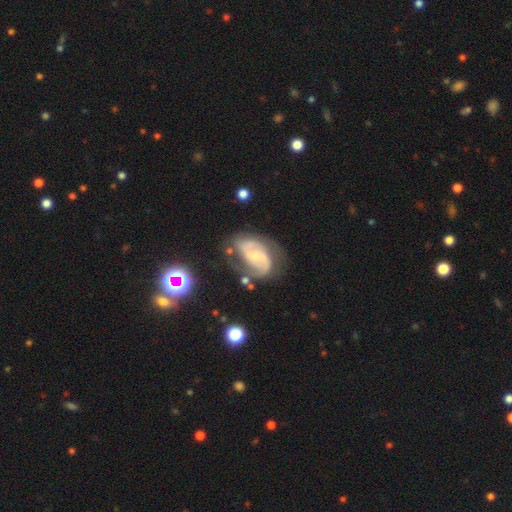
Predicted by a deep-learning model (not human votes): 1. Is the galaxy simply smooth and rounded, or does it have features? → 83% featured or disk, 10% smooth, 7% star or artifact.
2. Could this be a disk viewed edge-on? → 97% no, 3% yes.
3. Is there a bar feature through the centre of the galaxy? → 45% weak, 39% no, 16% strong.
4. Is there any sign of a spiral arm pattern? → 94% yes, 6% no.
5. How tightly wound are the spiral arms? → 49% medium, 28% tight, 23% loose.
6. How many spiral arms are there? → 78% 2, 11% can't tell, 5% 3, 3% 1, 2% 4, 1% more than 4.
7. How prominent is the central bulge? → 65% small, 29% moderate, 4% none, 2% large, 1% dominant.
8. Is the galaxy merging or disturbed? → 56% none, 23% minor disturbance, 15% major disturbance, 6% merger.